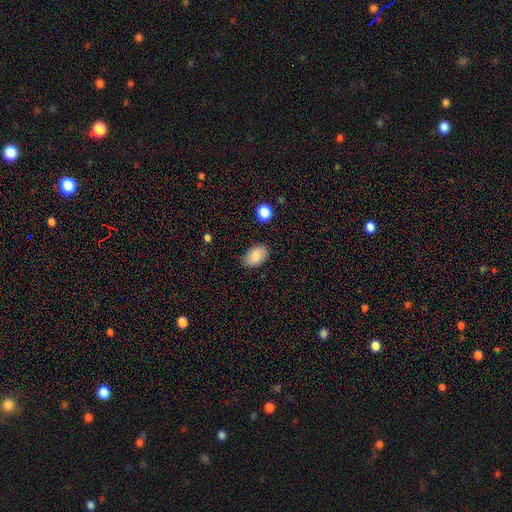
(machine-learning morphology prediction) Smooth or featured? smooth (85%)
How rounded? in between (90%)
Merging? none (83%)